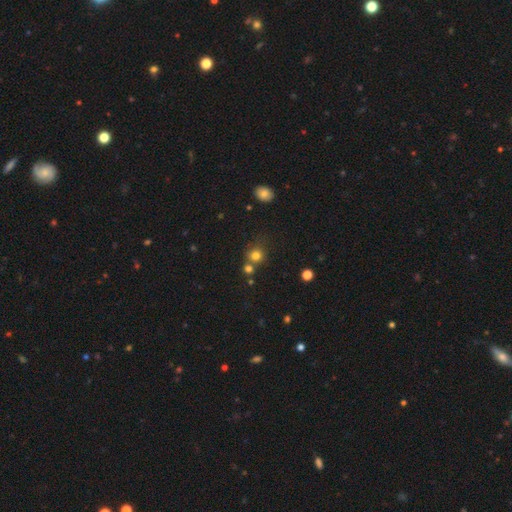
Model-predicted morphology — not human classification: Overall: smooth (78%). How rounded: round (87%). Merging: none (62%; merger 23%).